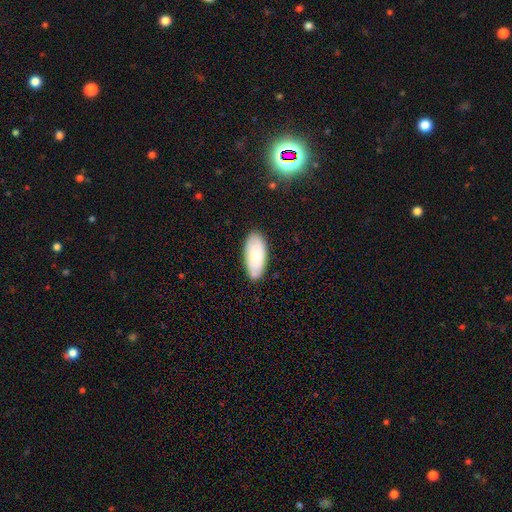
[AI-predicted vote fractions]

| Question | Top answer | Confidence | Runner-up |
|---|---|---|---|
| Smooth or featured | smooth | 73% | featured or disk (21%) |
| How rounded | in between | 89% | cigar-shaped (9%) |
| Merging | none | 81% | minor disturbance (14%) |